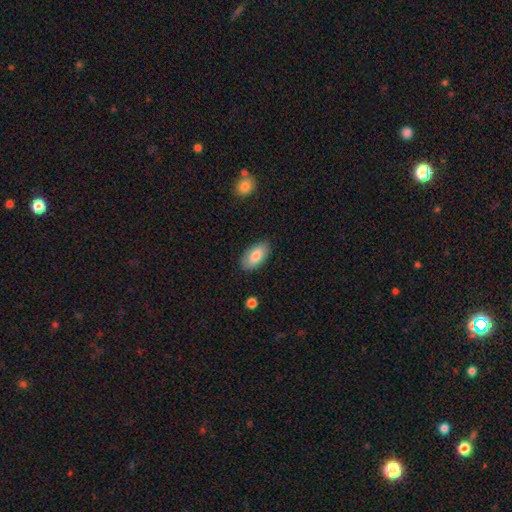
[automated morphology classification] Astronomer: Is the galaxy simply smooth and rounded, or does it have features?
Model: smooth — 78%.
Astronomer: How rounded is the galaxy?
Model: in between — 94%.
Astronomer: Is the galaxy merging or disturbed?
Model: none — 85%.